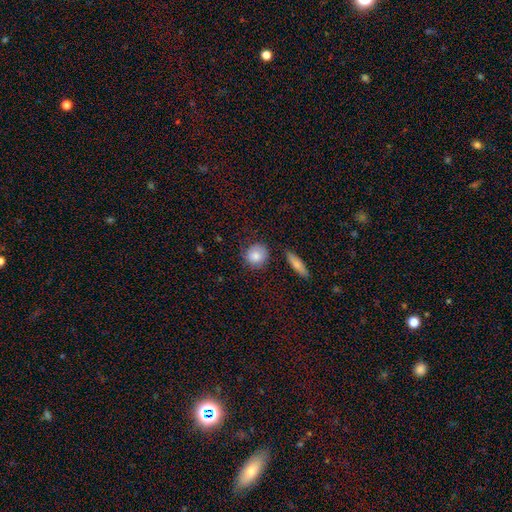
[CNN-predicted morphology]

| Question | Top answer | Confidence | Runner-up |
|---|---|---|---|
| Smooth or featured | smooth | 83% | featured or disk (10%) |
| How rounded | round | 84% | in between (14%) |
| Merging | none | 74% | minor disturbance (17%) |